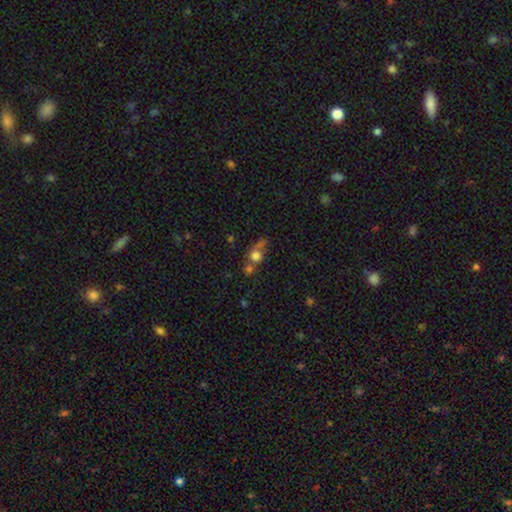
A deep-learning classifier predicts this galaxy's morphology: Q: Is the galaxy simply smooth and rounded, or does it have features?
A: smooth — 68%.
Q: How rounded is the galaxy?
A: round — 71%.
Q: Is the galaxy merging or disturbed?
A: merger — 40%.